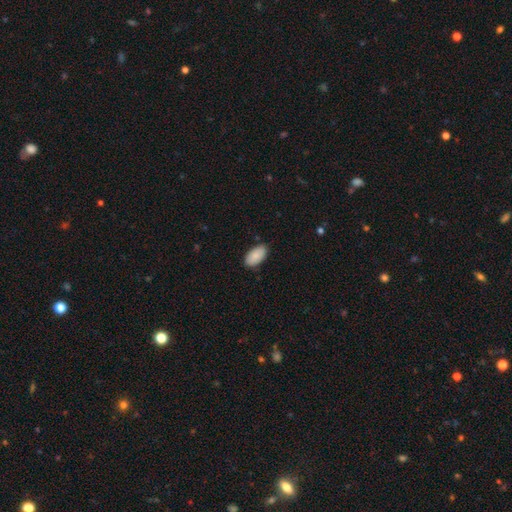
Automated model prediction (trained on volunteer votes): A smooth galaxy with no disk features (89%) that is in between round and cigar-shaped (95%). Merging: none (85%).